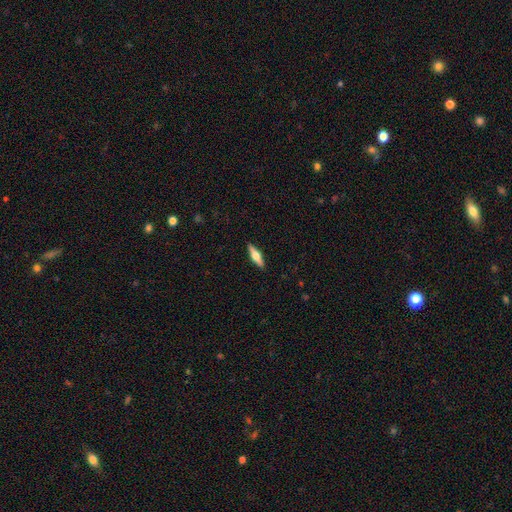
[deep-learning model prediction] smooth-or-featured: featured or disk: 52% | smooth: 42% | star or artifact: 6%
  disk-edge-on: yes: 95% | no: 5%
  merging: none: 90% | minor disturbance: 7% | major disturbance: 2% | merger: 1%